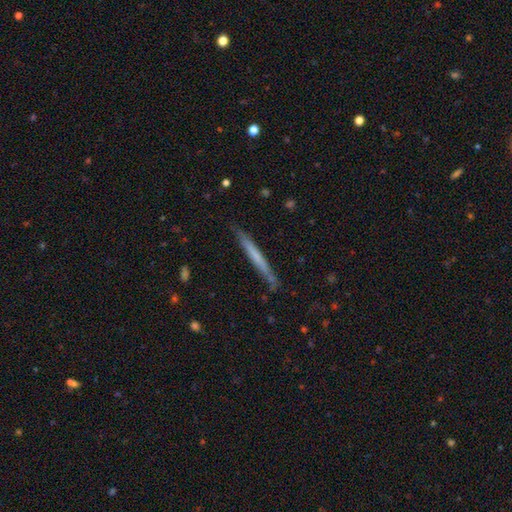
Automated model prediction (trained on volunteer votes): smooth_or_featured: smooth (p=0.54) [alt: featured or disk p=0.40]
how_rounded: cigar-shaped (p=0.97) [alt: in between p=0.02]
merging: none (p=0.82) [alt: minor disturbance p=0.13]